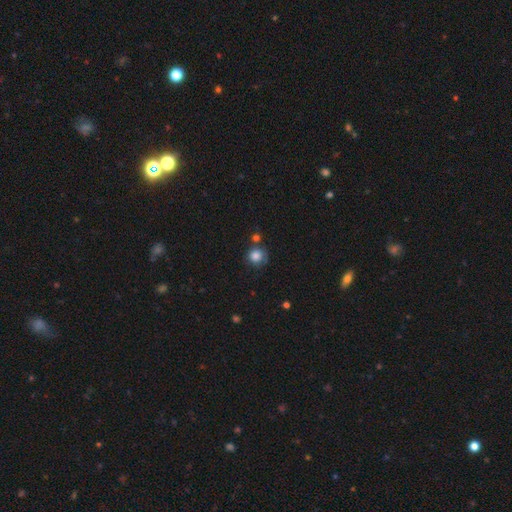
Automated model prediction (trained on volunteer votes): This is clearly a smooth galaxy (82%). How rounded: clearly round (89%). Merging: likely none (62%).